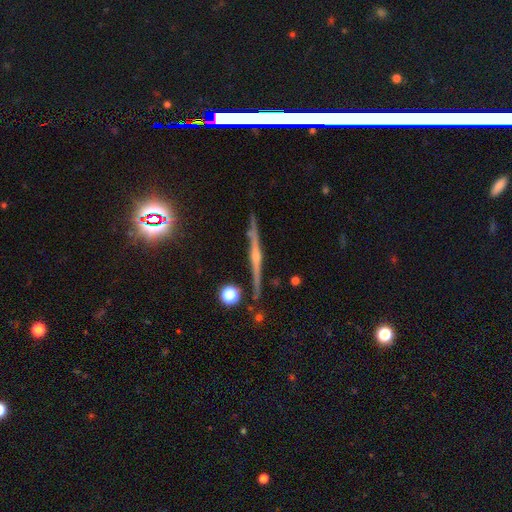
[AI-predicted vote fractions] This is likely a featured or disk galaxy (79%). It is clearly viewed edge-on (98%). Edge-on bulge: likely rounded (79%). Merging: clearly none (88%).